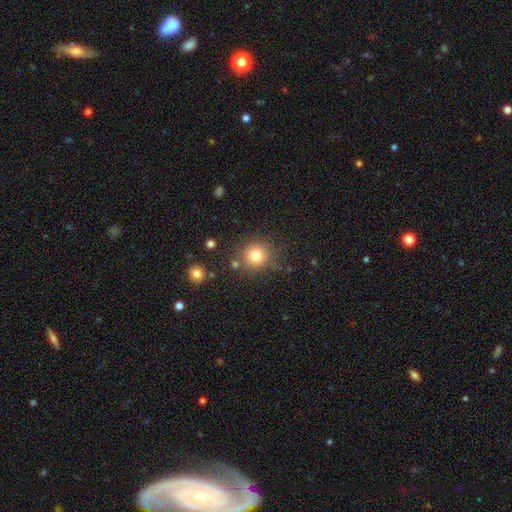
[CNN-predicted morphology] A smooth galaxy with no disk features (78%) that is round (91%).

Vote fractions:
- Smooth or featured? smooth: 78% / star or artifact: 14% / featured or disk: 8%
- How rounded? round: 91% / in between: 8% / cigar-shaped: 1%
- Merging? none: 81% / minor disturbance: 9% / merger: 6% / major disturbance: 4%